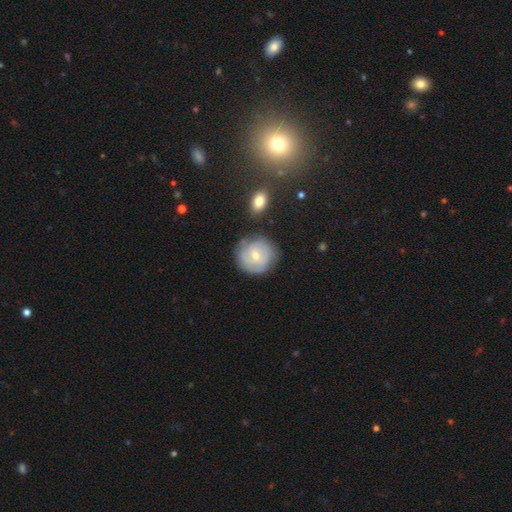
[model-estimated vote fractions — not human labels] Overall: featured or disk (57%; smooth 36%). Edge-on disk: no (97%). Bar: no (57%; weak 36%). Spiral arms: yes (75%). Bulge size: small (59%; moderate 38%). Merging: none (70%).